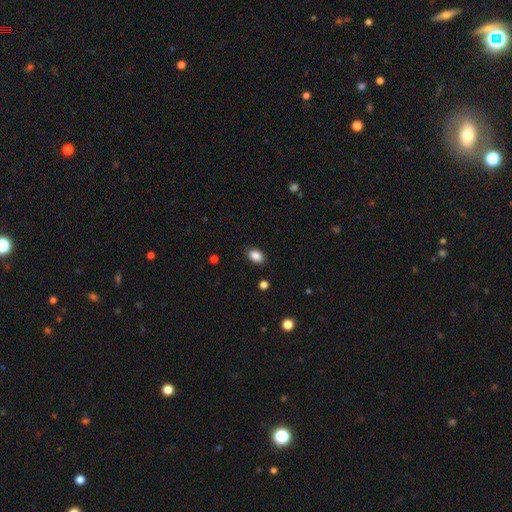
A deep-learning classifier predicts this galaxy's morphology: Smooth or featured?
  - smooth: 87% *
  - star or artifact: 9%
  - featured or disk: 4%
How rounded?
  - in between: 80% *
  - round: 18%
  - cigar-shaped: 1%
Merging?
  - none: 87% *
  - minor disturbance: 9%
  - major disturbance: 2%
  - merger: 1%